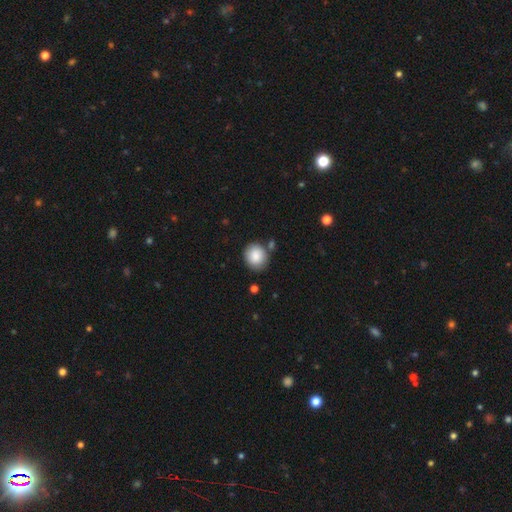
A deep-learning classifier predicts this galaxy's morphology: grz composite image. It shows a smooth galaxy with no disk features (87%) that is round (79%). Merging: none (76%).